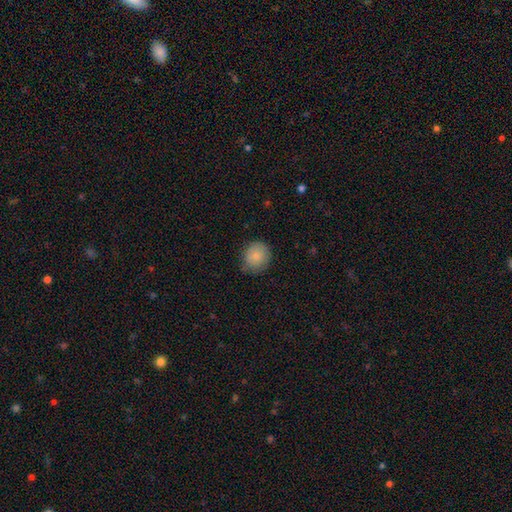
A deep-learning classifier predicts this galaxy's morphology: Smooth or featured? Predicted: smooth (p=0.85). How rounded? Predicted: round (p=0.80). Merging? Predicted: none (p=0.74).